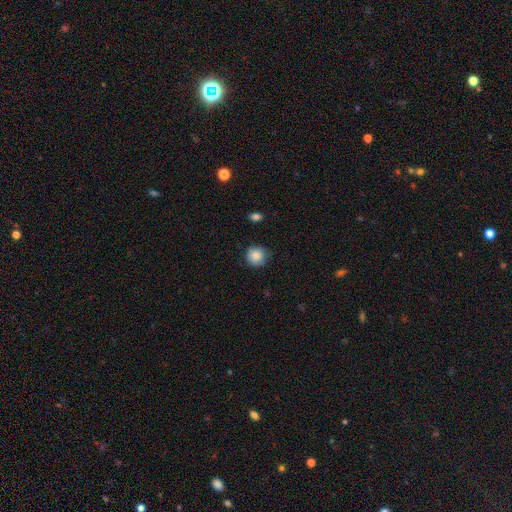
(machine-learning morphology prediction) Smooth or featured? smooth (86%)
How rounded? round (92%)
Merging? none (80%)